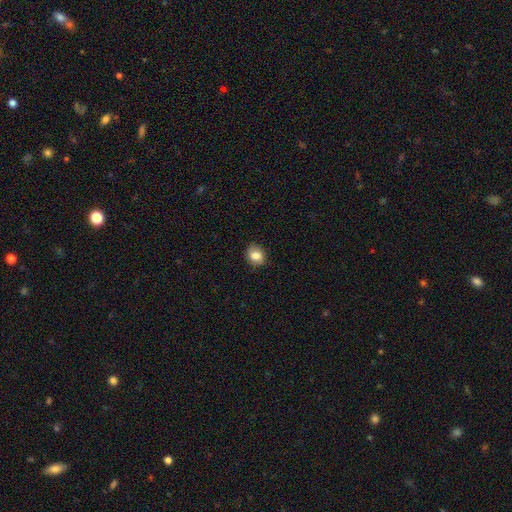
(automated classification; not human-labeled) Q: Smooth or featured?
A: smooth (84%); runner-up: star or artifact (9%)
Q: How rounded?
A: round (64%); runner-up: in between (35%)
Q: Merging?
A: none (87%); runner-up: minor disturbance (10%)